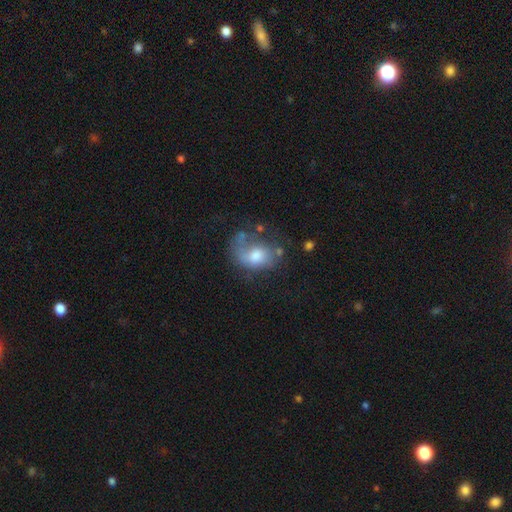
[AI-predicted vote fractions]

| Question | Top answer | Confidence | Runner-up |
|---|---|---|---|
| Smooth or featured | smooth | 51% | featured or disk (40%) |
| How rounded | in between | 63% | round (35%) |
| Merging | none | 35% | major disturbance (31%) |